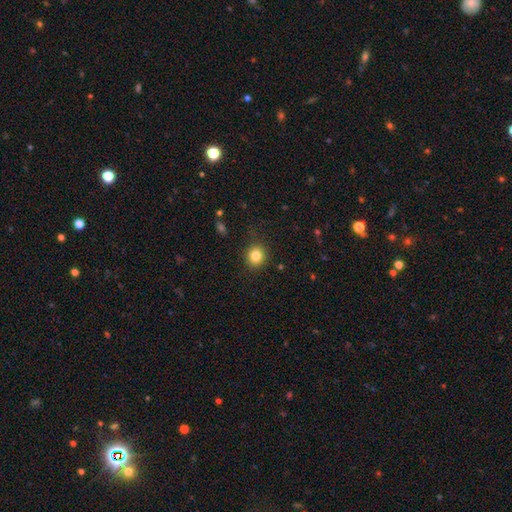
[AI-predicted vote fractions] A smooth galaxy with no disk features (82%) that is round (84%). Merging: none (88%).